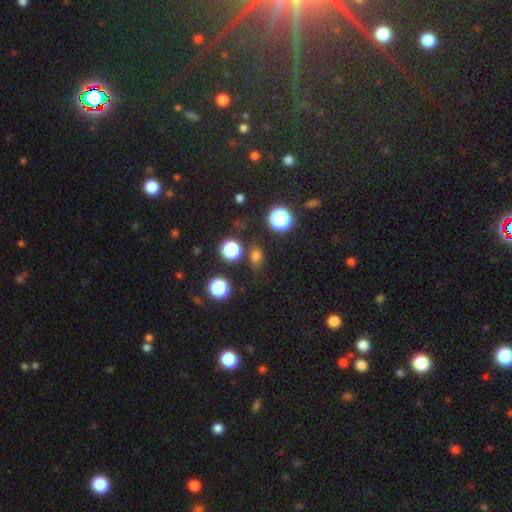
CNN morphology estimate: Smooth or featured?
  - smooth: 70% *
  - star or artifact: 24%
  - featured or disk: 6%
How rounded?
  - round: 55% *
  - in between: 42%
  - cigar-shaped: 2%
Merging?
  - none: 79% *
  - minor disturbance: 12%
  - merger: 5%
  - major disturbance: 4%